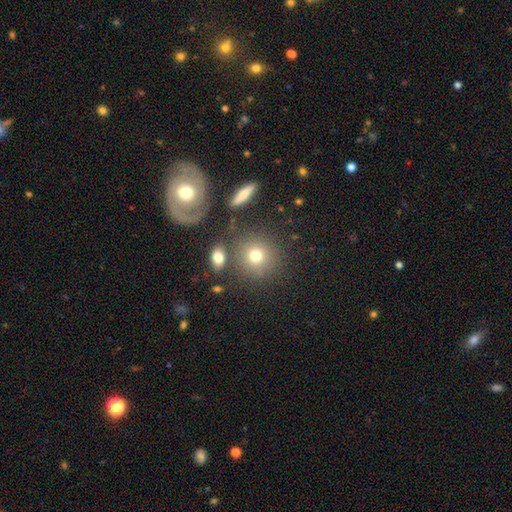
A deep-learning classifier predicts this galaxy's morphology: Smooth or featured? smooth (73%)
How rounded? round (88%)
Merging? none (77%)